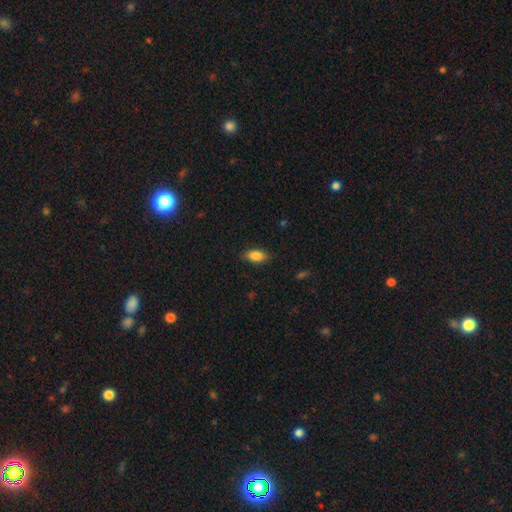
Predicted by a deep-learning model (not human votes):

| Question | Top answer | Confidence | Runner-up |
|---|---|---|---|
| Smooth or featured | smooth | 86% | star or artifact (7%) |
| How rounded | in between | 89% | cigar-shaped (6%) |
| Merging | none | 85% | minor disturbance (12%) |